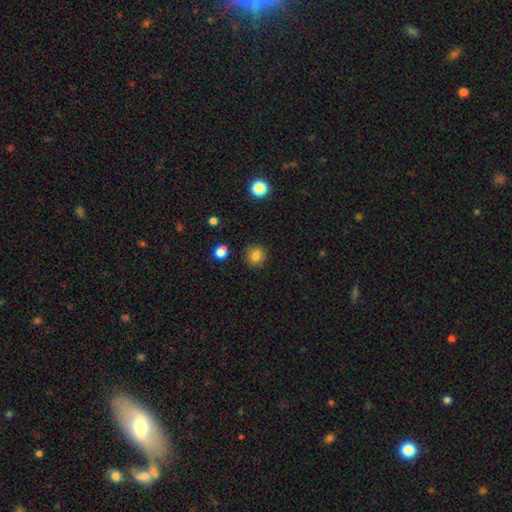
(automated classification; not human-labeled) Overall: smooth (82%). How rounded: round (89%). Merging: none (89%).